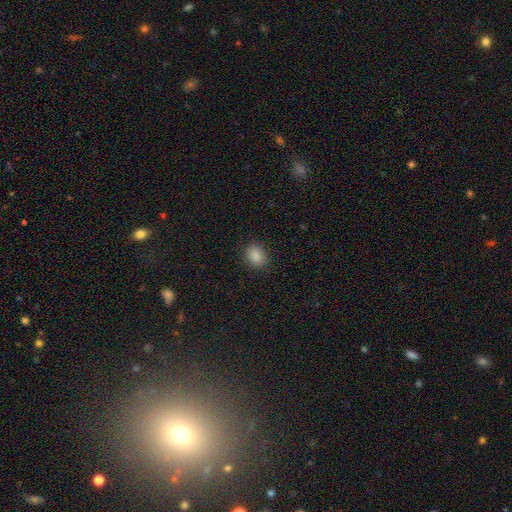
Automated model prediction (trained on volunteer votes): smooth-or-featured: smooth: 87% | star or artifact: 10% | featured or disk: 3%
  how-rounded: round: 50% | in between: 49% | cigar-shaped: 1%
  merging: none: 88% | minor disturbance: 8% | major disturbance: 2% | merger: 1%